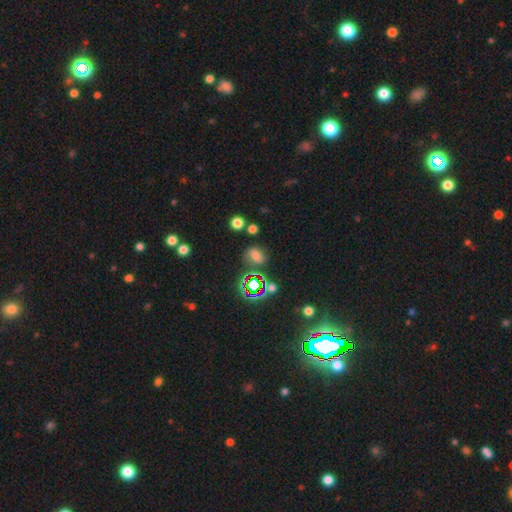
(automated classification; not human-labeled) Smooth or featured? Predicted: smooth (p=0.52). How rounded? Predicted: in between (p=0.65). Merging? Predicted: none (p=0.57).